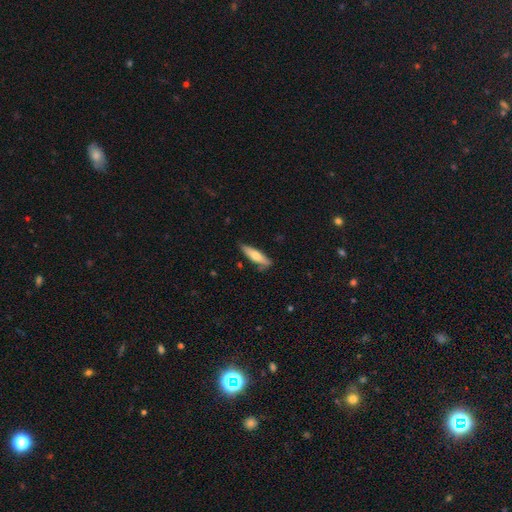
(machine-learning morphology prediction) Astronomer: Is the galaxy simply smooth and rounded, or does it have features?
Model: smooth — 64%.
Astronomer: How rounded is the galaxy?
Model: cigar-shaped — 67%.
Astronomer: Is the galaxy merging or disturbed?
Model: none — 75%.